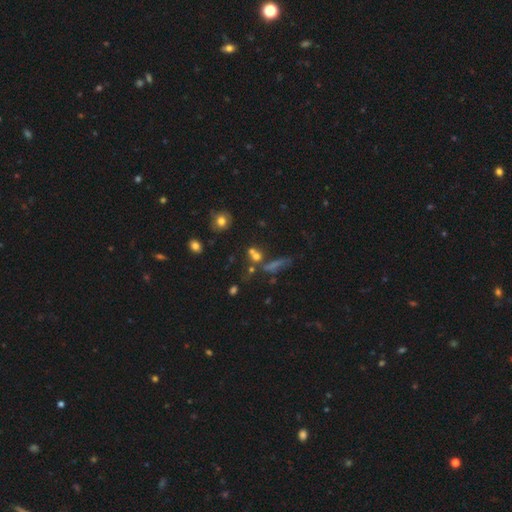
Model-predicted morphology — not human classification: The model was most divided on "merging": merger: 40%, none: 38%, minor disturbance: 11%, major disturbance: 10%. Remaining: smooth or featured — smooth (57%); how rounded — round (49%).